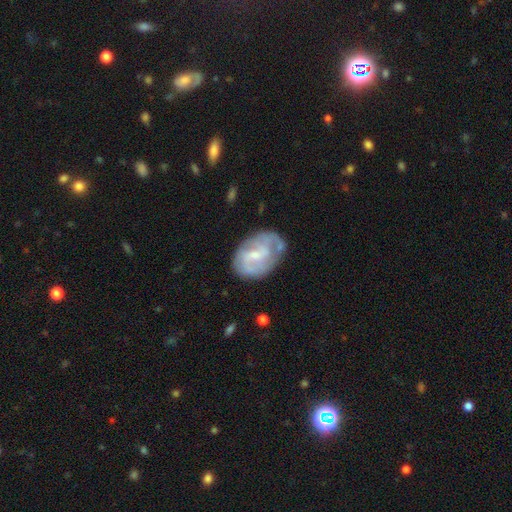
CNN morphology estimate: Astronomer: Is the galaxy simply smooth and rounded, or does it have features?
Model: featured or disk — 66%.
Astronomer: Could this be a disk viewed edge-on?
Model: no — 97%.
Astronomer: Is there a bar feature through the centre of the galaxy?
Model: weak — 52% (runner-up: no, 34%).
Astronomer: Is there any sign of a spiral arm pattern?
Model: yes — 72%.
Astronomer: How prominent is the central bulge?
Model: small — 50% (runner-up: moderate, 35%).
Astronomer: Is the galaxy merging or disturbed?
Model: none — 59%.